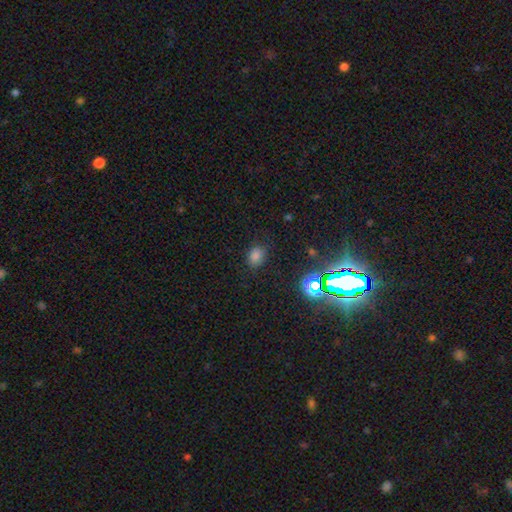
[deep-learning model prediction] Smooth or featured?
  - smooth: 70% *
  - star or artifact: 24%
  - featured or disk: 6%
How rounded?
  - in between: 61% *
  - round: 38%
  - cigar-shaped: 1%
Merging?
  - none: 82% *
  - minor disturbance: 12%
  - major disturbance: 4%
  - merger: 2%